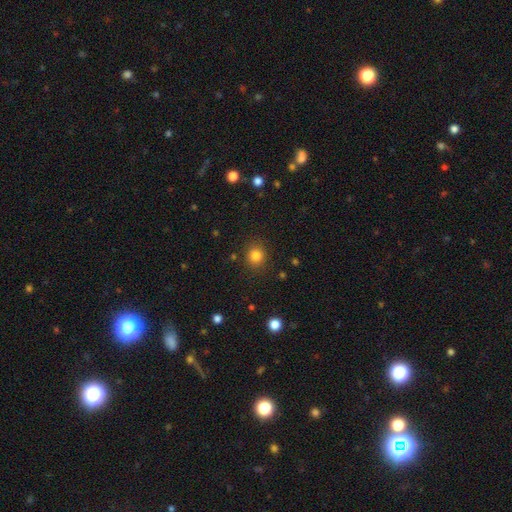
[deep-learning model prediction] Smooth or featured? smooth (83%)
How rounded? round (86%)
Merging? none (89%)